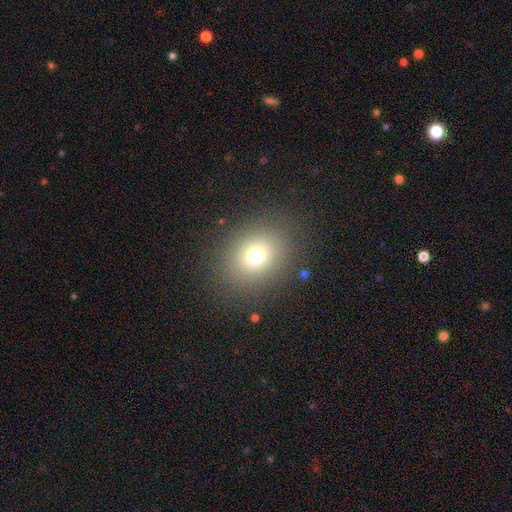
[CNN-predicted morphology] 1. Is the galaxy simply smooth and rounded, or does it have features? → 72% smooth, 16% star or artifact, 12% featured or disk.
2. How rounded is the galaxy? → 61% round, 38% in between, 1% cigar-shaped.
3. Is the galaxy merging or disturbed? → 85% none, 9% minor disturbance, 5% major disturbance, 1% merger.